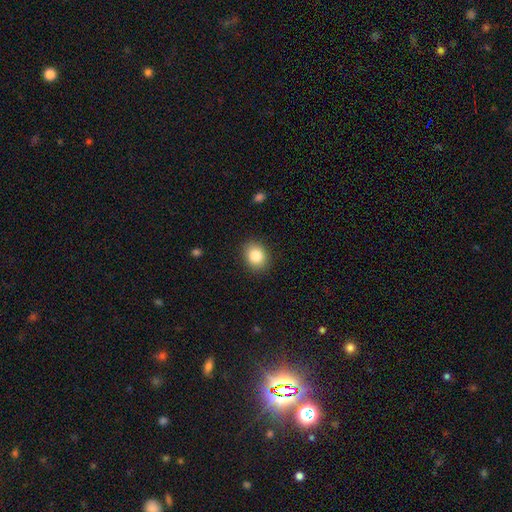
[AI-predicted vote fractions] A smooth galaxy with no disk features (84%) that is round (52%).

Vote fractions:
- Smooth or featured? smooth: 84% / star or artifact: 9% / featured or disk: 7%
- How rounded? round: 52% / in between: 47% / cigar-shaped: 1%
- Merging? none: 88% / minor disturbance: 8% / major disturbance: 2% / merger: 1%